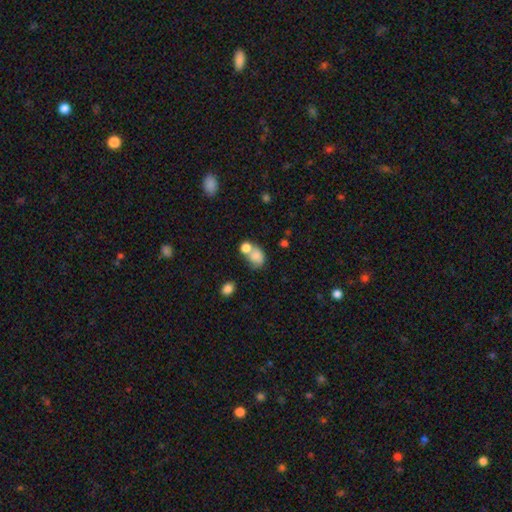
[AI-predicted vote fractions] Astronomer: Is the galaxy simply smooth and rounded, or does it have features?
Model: smooth — 78%.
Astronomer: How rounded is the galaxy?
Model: in between — 56% (runner-up: round, 43%).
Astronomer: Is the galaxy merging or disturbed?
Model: merger — 52% (runner-up: none, 29%).